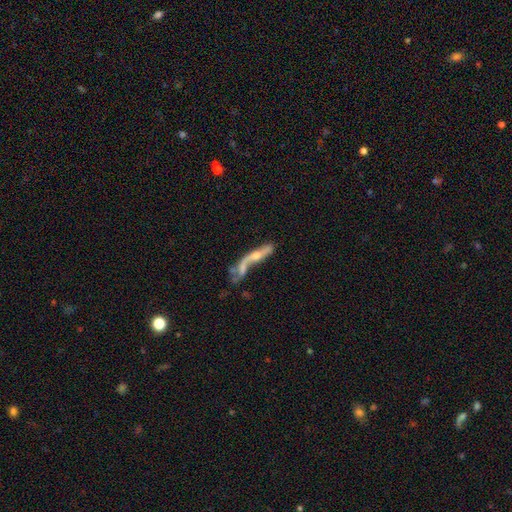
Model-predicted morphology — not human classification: A featured or disk galaxy (69%).

Vote fractions:
- Smooth or featured? featured or disk: 69% / smooth: 23% / star or artifact: 7%
- Edge-on disk? no: 58% / yes: 42%
- Merging? none: 30% / major disturbance: 28% / minor disturbance: 21% / merger: 21%